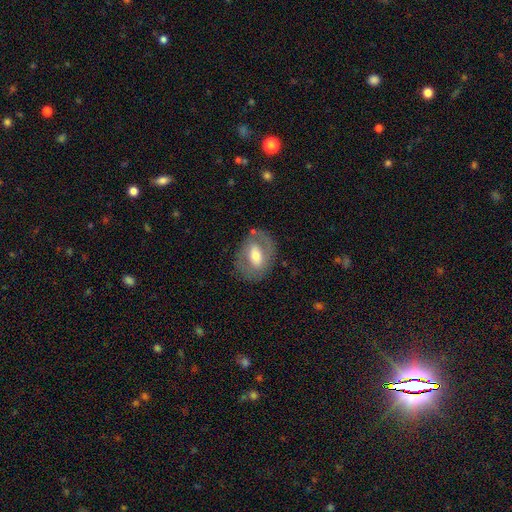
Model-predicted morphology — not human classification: The model was most divided on "smooth or featured": featured or disk: 52%, smooth: 41%, star or artifact: 6%. More confident: edge-on disk — no (93%); merging — none (75%).